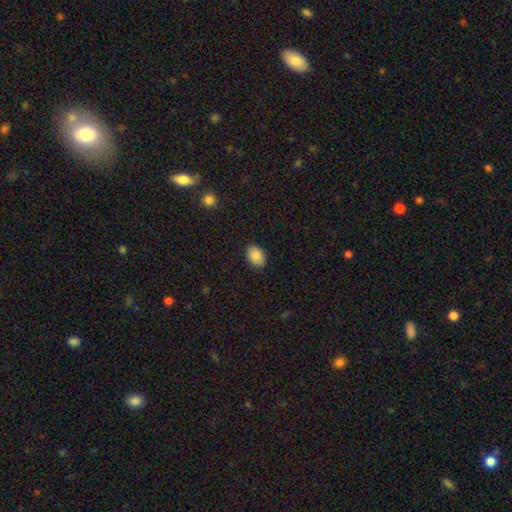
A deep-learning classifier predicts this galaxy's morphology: type=smooth (88%); roundness=in between (76%); merging=none (88%).